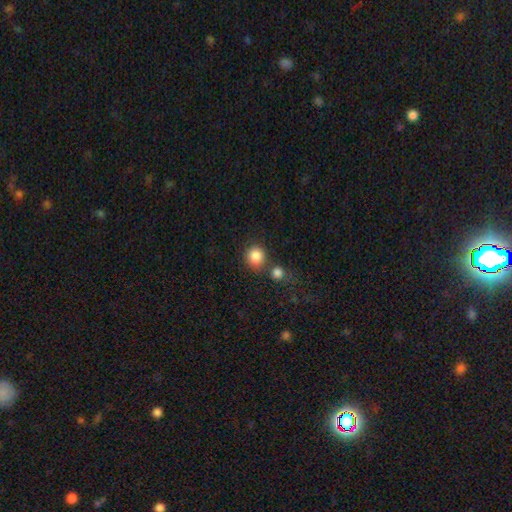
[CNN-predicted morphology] The model was most divided on "merging": none: 63%, merger: 23%, minor disturbance: 10%, major disturbance: 4%. More confident: how rounded — round (89%); smooth or featured — smooth (85%).